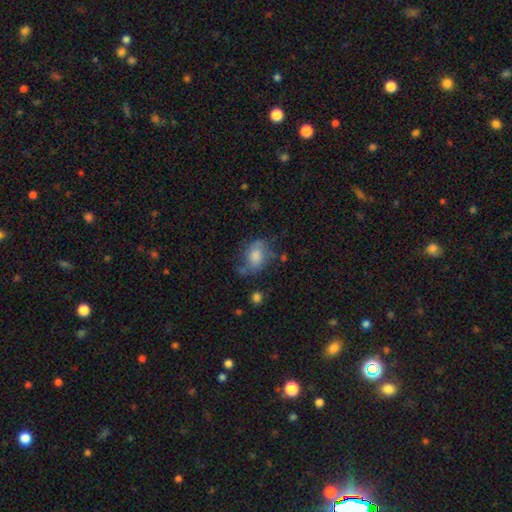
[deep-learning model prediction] Morphology: type=smooth (68%); roundness=in between (72%); merging=none (51%).